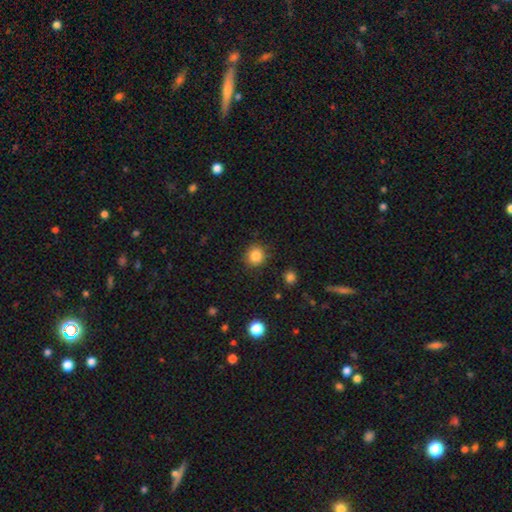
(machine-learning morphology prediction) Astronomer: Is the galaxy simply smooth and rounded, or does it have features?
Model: smooth — 85%.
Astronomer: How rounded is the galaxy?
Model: round — 88%.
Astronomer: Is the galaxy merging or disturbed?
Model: none — 88%.